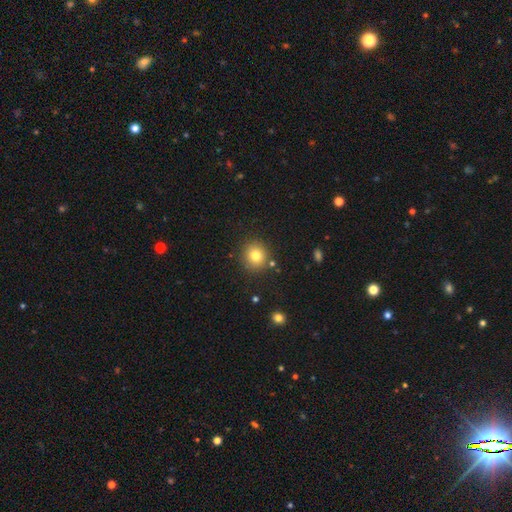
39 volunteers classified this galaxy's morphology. Smooth or featured? smooth (77%)
How rounded? round (100%)
Merging? none (91%)